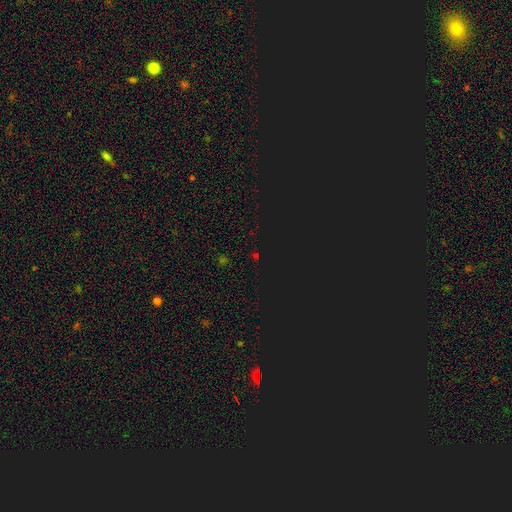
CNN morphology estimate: Q: Smooth or featured?
A: star or artifact (74%); runner-up: smooth (19%)